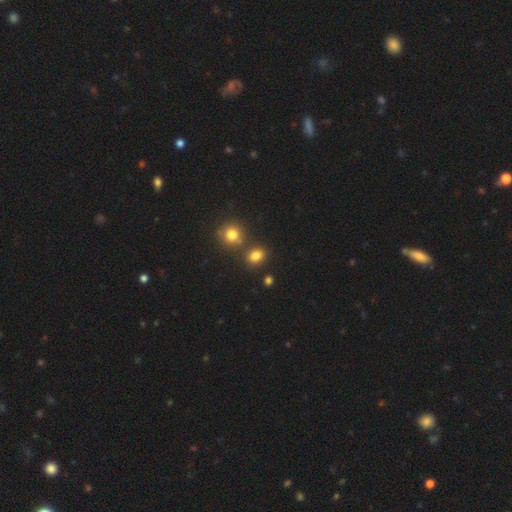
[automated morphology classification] This appears to be a smooth galaxy with no disk features (81%) that is in between round and cigar-shaped (55%). Merging: none (74%).